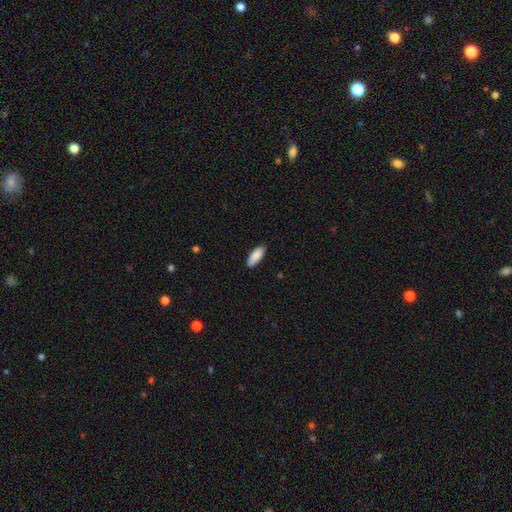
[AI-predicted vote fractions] The model was most divided on "how rounded": in between: 74%, cigar-shaped: 24%, round: 2%. More confident: smooth or featured — smooth (90%); merging — none (88%).